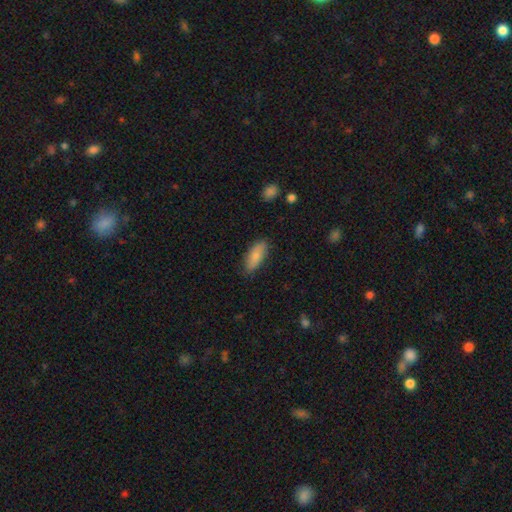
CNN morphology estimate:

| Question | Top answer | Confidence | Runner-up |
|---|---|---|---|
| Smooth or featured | smooth | 81% | featured or disk (13%) |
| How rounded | in between | 75% | cigar-shaped (23%) |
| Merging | none | 82% | minor disturbance (14%) |